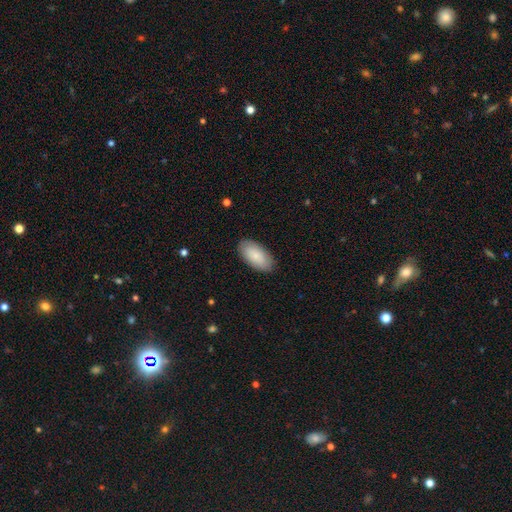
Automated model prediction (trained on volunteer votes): Q: Smooth or featured?
A: smooth (85%); runner-up: featured or disk (10%)
Q: How rounded?
A: in between (95%); runner-up: cigar-shaped (3%)
Q: Merging?
A: none (88%); runner-up: minor disturbance (9%)